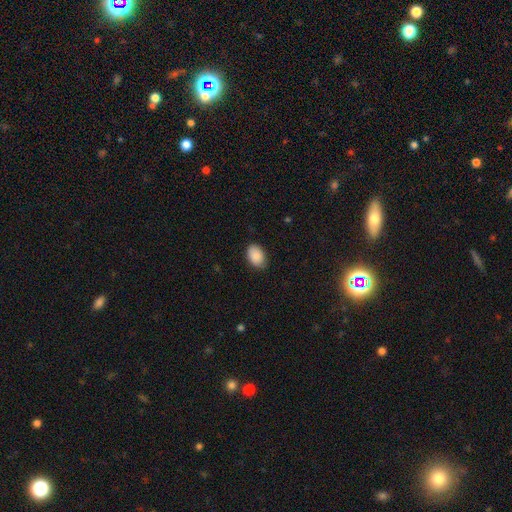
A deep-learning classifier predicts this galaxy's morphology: Smooth or featured?
  - smooth: 88% *
  - star or artifact: 6%
  - featured or disk: 5%
How rounded?
  - in between: 88% *
  - round: 11%
  - cigar-shaped: 1%
Merging?
  - none: 82% *
  - minor disturbance: 15%
  - major disturbance: 3%
  - merger: 1%